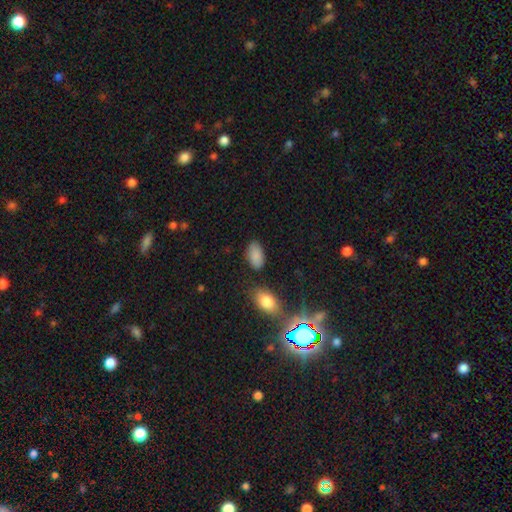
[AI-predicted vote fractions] The model was most divided on "merging": none: 81%, minor disturbance: 13%, major disturbance: 3%, merger: 3%. More confident: how rounded — in between (94%); smooth or featured — smooth (86%).